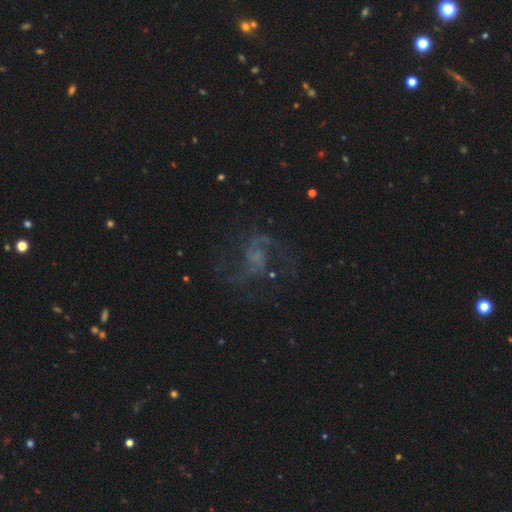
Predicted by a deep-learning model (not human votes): Smooth or featured? Predicted: featured or disk (p=0.79). Edge-on disk? Predicted: no (p=0.98). Bar? Predicted: no (p=0.59). Spiral arms? Predicted: yes (p=0.92). Spiral winding? Predicted: loose (p=0.50). Spiral arm count? Predicted: 2 (p=0.82). Bulge size? Predicted: none (p=0.49). Merging? Predicted: none (p=0.64).